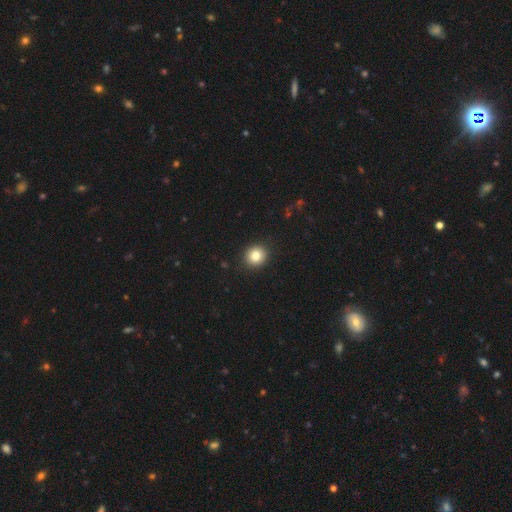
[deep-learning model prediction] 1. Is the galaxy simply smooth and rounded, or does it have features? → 82% smooth, 10% star or artifact, 7% featured or disk.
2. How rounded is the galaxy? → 86% round, 13% in between, 1% cigar-shaped.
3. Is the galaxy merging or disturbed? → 91% none, 6% minor disturbance, 2% major disturbance, 1% merger.